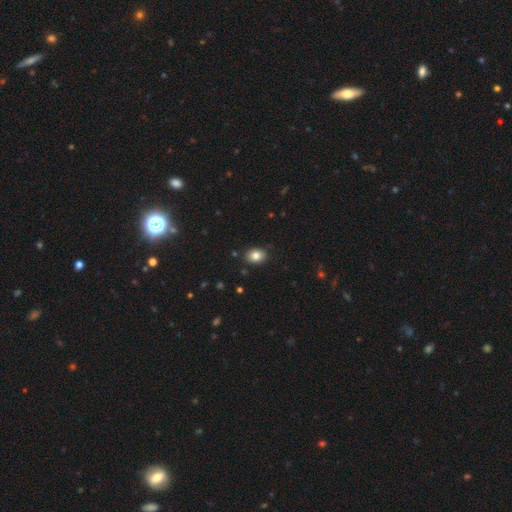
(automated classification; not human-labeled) A smooth galaxy with no disk features (83%) that is in between round and cigar-shaped (70%). Merging: none (87%).